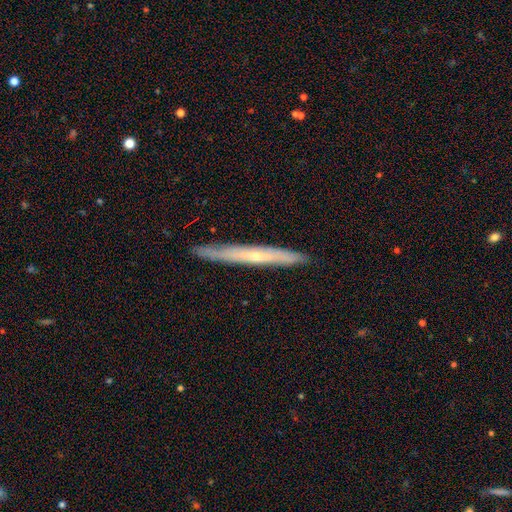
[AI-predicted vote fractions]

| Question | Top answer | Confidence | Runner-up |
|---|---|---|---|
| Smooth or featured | featured or disk | 59% | smooth (35%) |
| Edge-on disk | yes | 92% | no (8%) |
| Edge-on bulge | none | 59% | rounded (38%) |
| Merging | none | 88% | minor disturbance (9%) |